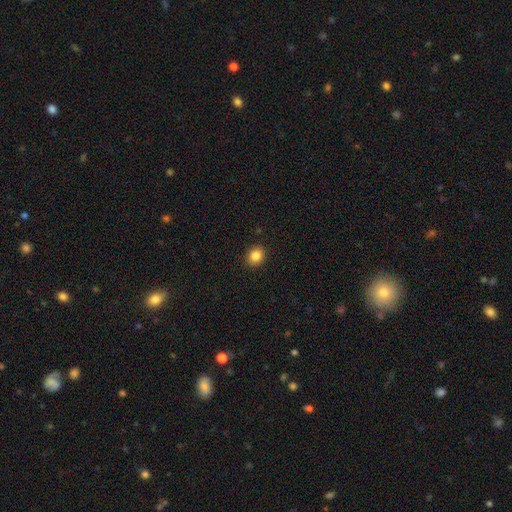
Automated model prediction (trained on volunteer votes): smooth-or-featured: smooth: 85% | star or artifact: 10% | featured or disk: 4%
  how-rounded: round: 70% | in between: 30% | cigar-shaped: 1%
  merging: none: 90% | minor disturbance: 7% | major disturbance: 2% | merger: 1%